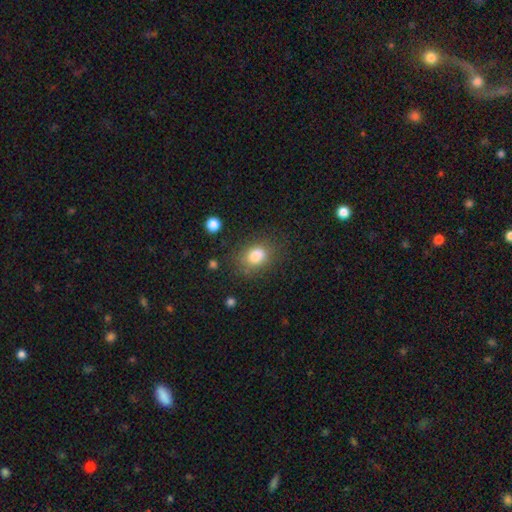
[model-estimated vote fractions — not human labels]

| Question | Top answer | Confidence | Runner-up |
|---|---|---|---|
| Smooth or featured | smooth | 83% | star or artifact (10%) |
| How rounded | in between | 62% | round (37%) |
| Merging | none | 70% | minor disturbance (19%) |